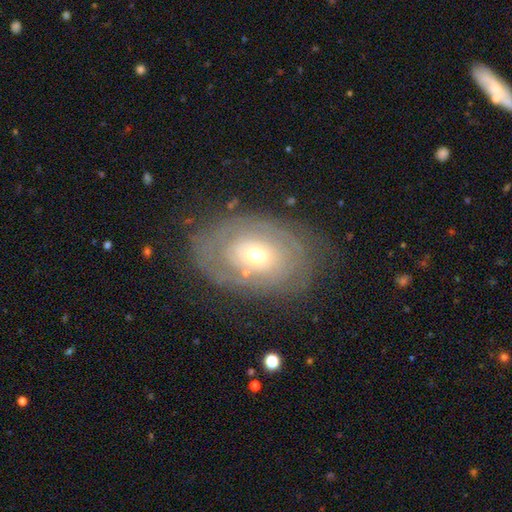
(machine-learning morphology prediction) Smooth or featured? featured or disk (68%)
Edge-on disk? no (94%)
Bar? no (83%)
Spiral arms? yes (59%)
Bulge size? moderate (59%)
Merging? none (74%)